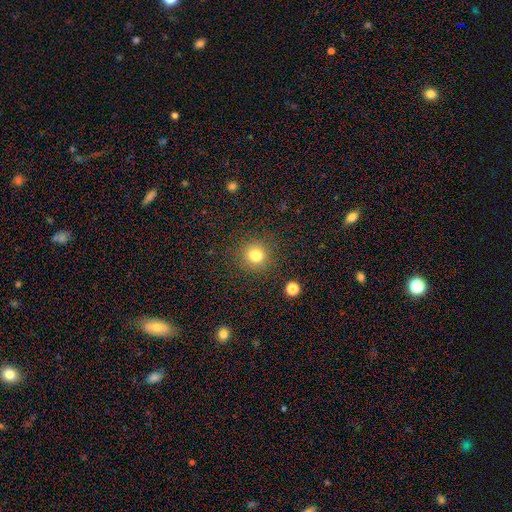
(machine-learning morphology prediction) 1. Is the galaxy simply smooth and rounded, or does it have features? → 79% smooth, 14% star or artifact, 7% featured or disk.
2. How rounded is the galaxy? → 82% round, 17% in between, 1% cigar-shaped.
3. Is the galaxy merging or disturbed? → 83% none, 10% minor disturbance, 4% major disturbance, 3% merger.